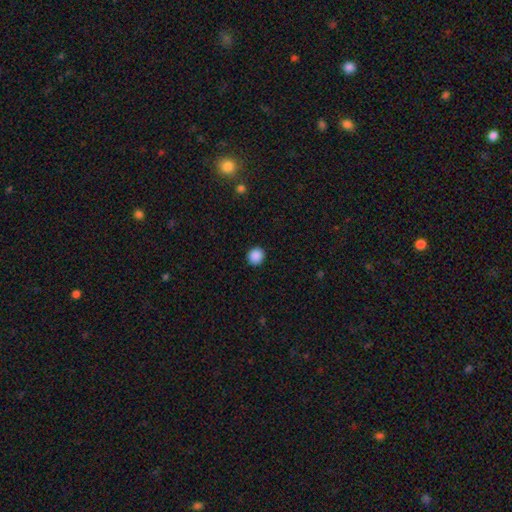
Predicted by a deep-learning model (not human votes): This is clearly a smooth galaxy (89%). How rounded: clearly round (92%). Merging: clearly none (92%).